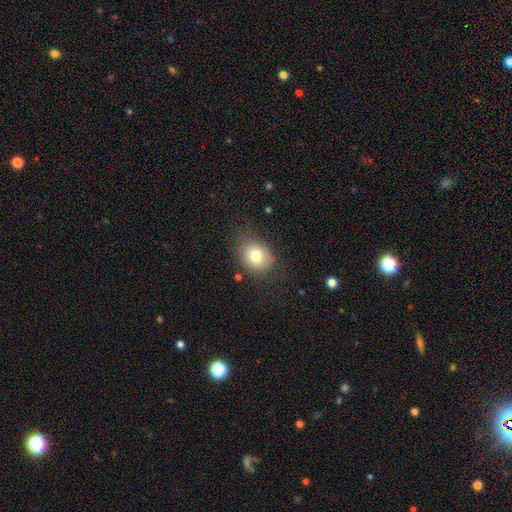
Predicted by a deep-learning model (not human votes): smooth_or_featured: smooth (p=0.77) [alt: featured or disk p=0.12]
how_rounded: round (p=0.56) [alt: in between p=0.43]
merging: none (p=0.75) [alt: minor disturbance p=0.17]